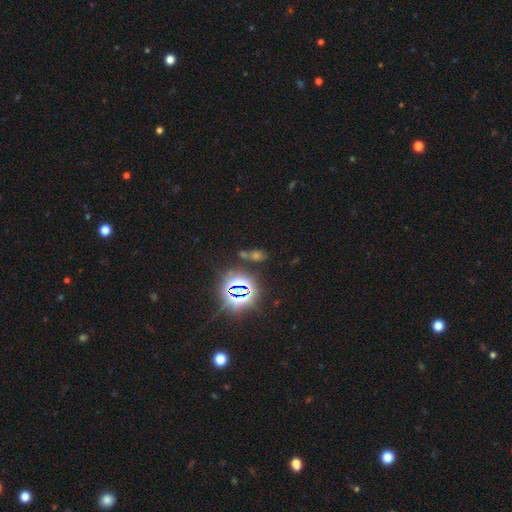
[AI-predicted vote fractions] Overall: star or artifact (61%; smooth 28%).